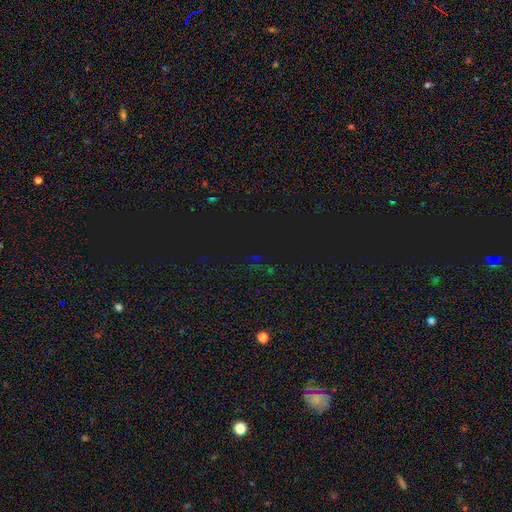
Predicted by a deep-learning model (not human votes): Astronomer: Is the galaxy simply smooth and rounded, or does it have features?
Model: star or artifact — 77%.